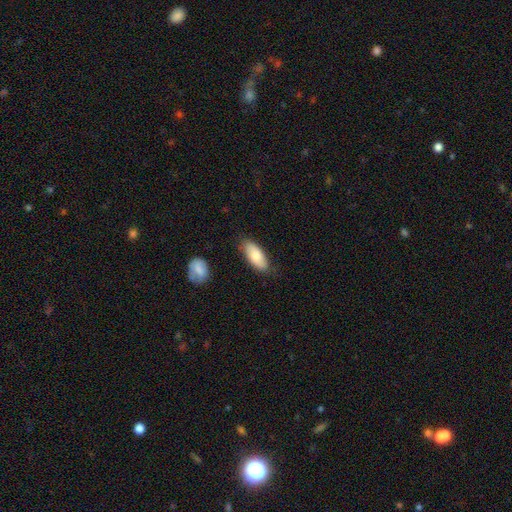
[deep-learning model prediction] This is likely a smooth galaxy (77%). How rounded: clearly in between (85%). Merging: likely none (79%).